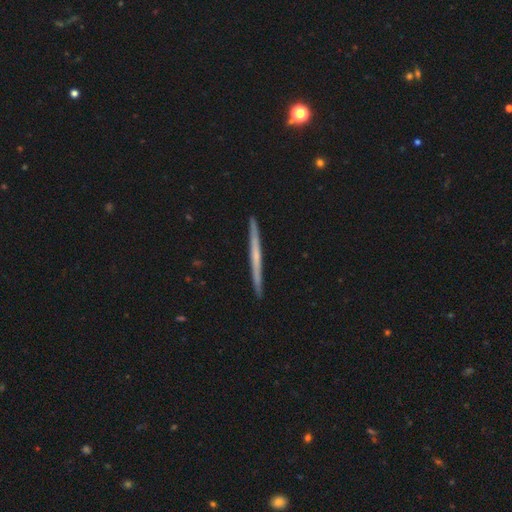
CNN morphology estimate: Smooth or featured: featured or disk — 58% (smooth — 36%)
Edge-on disk: yes — 98% (no — 2%)
Edge-on bulge: none — 80% (rounded — 15%)
Merging: none — 93% (minor disturbance — 5%)